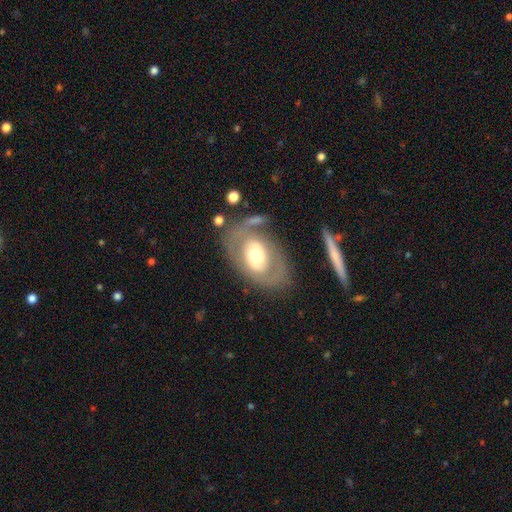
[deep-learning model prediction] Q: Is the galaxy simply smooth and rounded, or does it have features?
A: featured or disk — 57%.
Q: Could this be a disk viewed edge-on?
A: no — 91%.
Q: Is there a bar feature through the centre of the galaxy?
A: no — 66%.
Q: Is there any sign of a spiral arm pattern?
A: no — 62%.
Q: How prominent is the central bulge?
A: moderate — 62%.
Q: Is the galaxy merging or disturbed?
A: none — 63%.